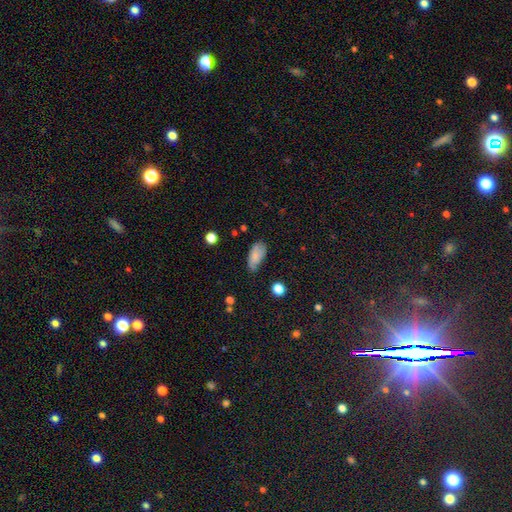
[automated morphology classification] Smooth or featured? smooth (79%)
How rounded? in between (90%)
Merging? none (56%)